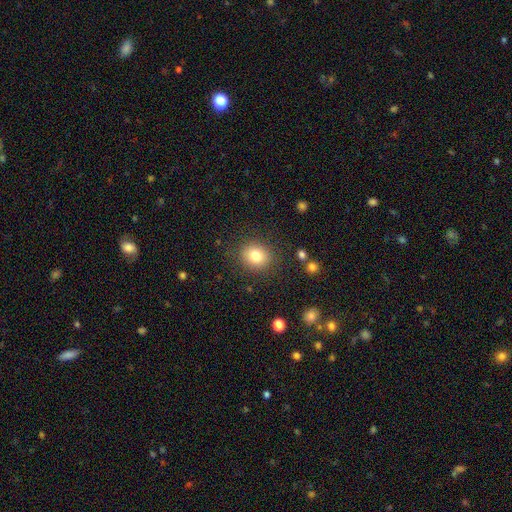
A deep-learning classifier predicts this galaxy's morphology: A smooth galaxy with no disk features (81%) that is round (73%). Merging: none (86%).